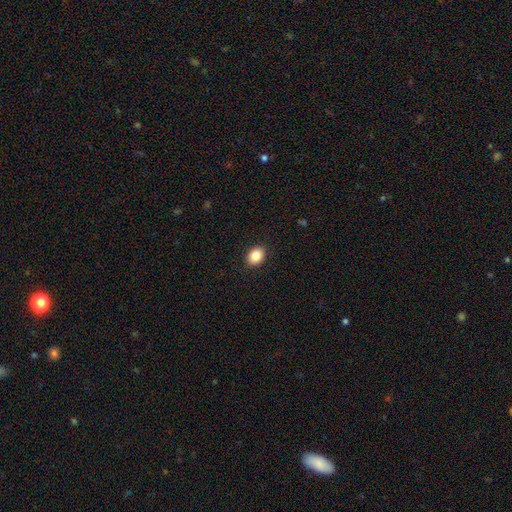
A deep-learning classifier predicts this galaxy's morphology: A smooth galaxy with no disk features (86%) that is in between round and cigar-shaped (62%).

Vote fractions:
- Smooth or featured? smooth: 86% / star or artifact: 9% / featured or disk: 5%
- How rounded? in between: 62% / round: 37% / cigar-shaped: 1%
- Merging? none: 90% / minor disturbance: 7% / major disturbance: 2% / merger: 1%